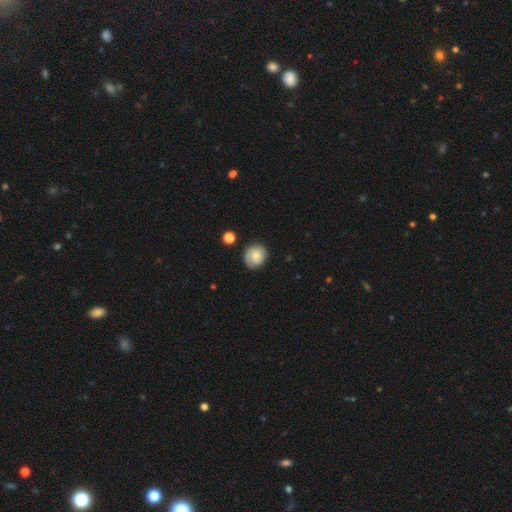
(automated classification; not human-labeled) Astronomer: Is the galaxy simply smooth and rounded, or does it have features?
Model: featured or disk — 56% (runner-up: smooth, 37%).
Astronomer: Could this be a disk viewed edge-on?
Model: no — 97%.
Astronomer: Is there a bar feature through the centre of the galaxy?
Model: no — 71%.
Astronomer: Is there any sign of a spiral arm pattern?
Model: yes — 89%.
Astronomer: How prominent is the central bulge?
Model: moderate — 45% (runner-up: small, 44%).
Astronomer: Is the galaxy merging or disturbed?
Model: none — 77%.